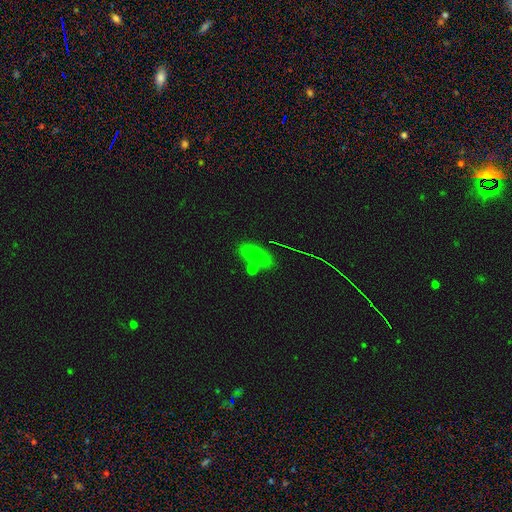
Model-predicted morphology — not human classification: Smooth or featured: smooth — 66% (featured or disk — 21%)
How rounded: in between — 79% (round — 11%)
Merging: none — 68% (merger — 17%)